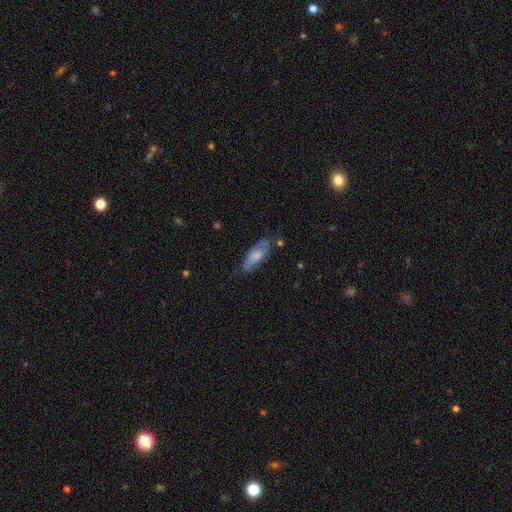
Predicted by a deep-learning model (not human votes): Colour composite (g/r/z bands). It shows a smooth galaxy with no disk features (58%) that is in between round and cigar-shaped (68%). Merging: none (60%).